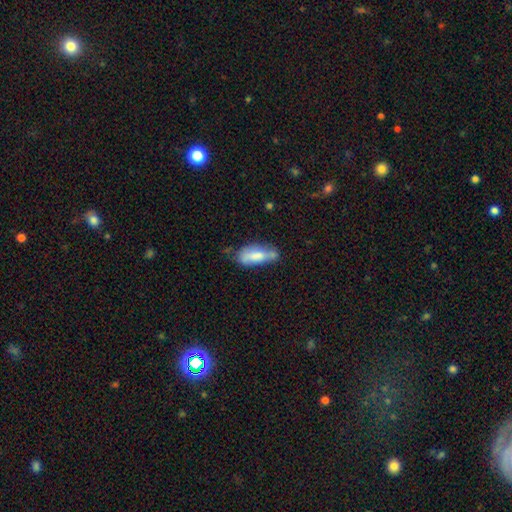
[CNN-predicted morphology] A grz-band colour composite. It shows a smooth galaxy with no disk features (72%) that is in between round and cigar-shaped (74%). Merging: none (43%).